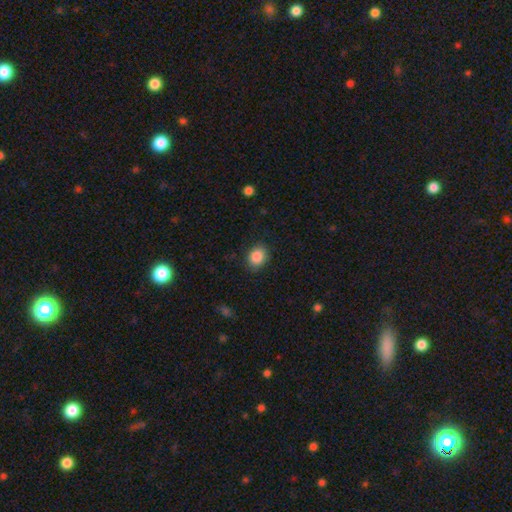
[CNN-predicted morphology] A smooth galaxy with no disk features (87%) that is round (50%).

Vote fractions:
- Smooth or featured? smooth: 87% / star or artifact: 9% / featured or disk: 4%
- How rounded? round: 50% / in between: 49% / cigar-shaped: 1%
- Merging? none: 86% / minor disturbance: 10% / major disturbance: 3% / merger: 1%